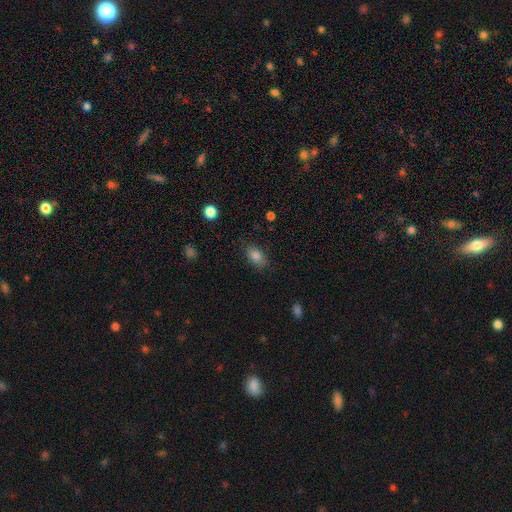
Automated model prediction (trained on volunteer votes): Smooth or featured? smooth (82%)
How rounded? in between (87%)
Merging? none (80%)